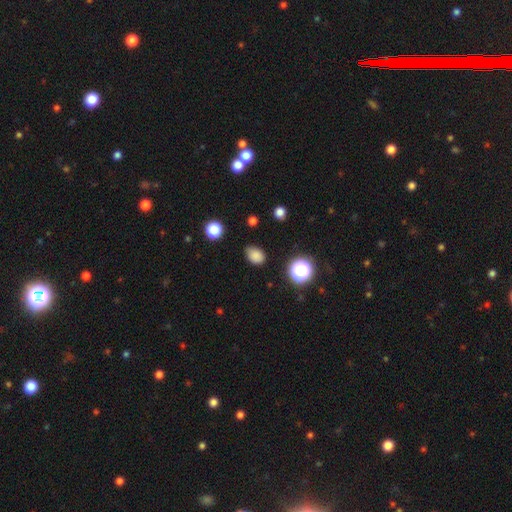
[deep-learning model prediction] Morphology: type=smooth (83%); roundness=in between (72%); merging=none (76%).